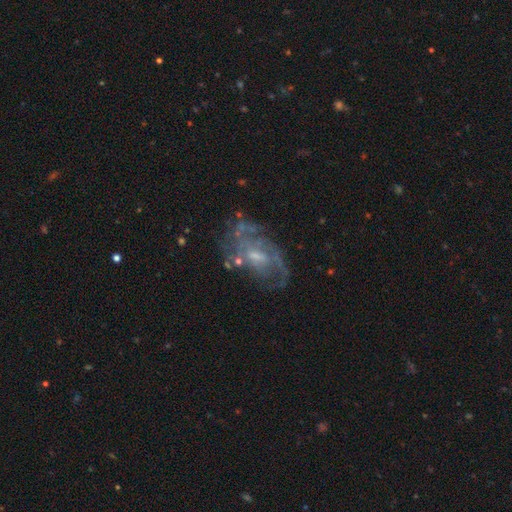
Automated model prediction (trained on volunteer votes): smooth-or-featured: featured or disk: 80% | smooth: 10% | star or artifact: 10%
  disk-edge-on: no: 96% | yes: 4%
    bar: no: 47% | weak: 45% | strong: 8%
    has-spiral-arms: yes: 86% | no: 14%
      spiral-winding: medium: 43% | tight: 39% | loose: 18%
      spiral-arm-count: can't tell: 39% | 2: 26% | 3: 17% | 4: 8% | 1: 6% | more than 4: 5%
    bulge-size: small: 45% | moderate: 40% | none: 11% | large: 3% | dominant: 1%
  merging: none: 62% | minor disturbance: 19% | major disturbance: 14% | merger: 4%